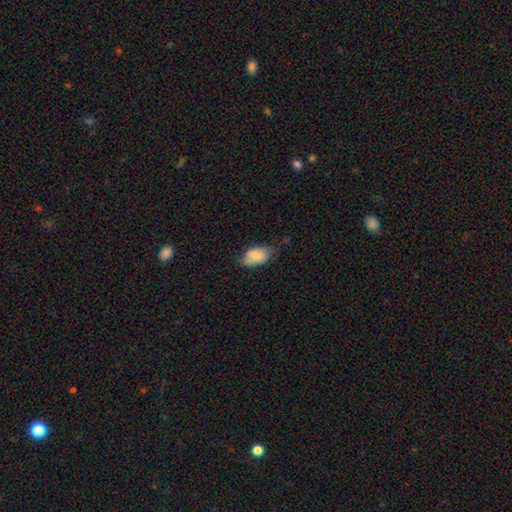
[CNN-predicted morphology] smooth_or_featured: smooth (p=0.81) [alt: featured or disk p=0.12]
how_rounded: in between (p=0.91) [alt: round p=0.07]
merging: none (p=0.54) [alt: minor disturbance p=0.36]